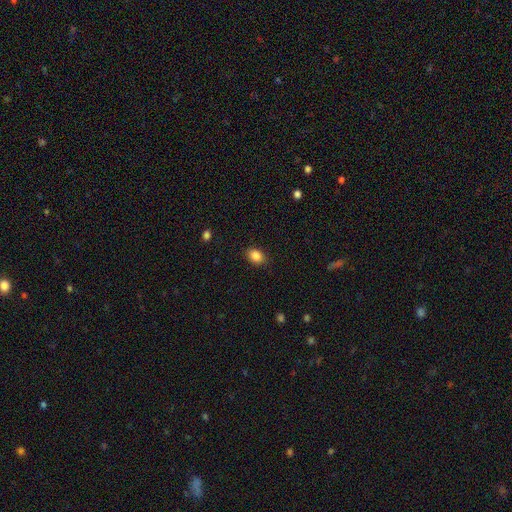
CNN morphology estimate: Q: Smooth or featured?
A: smooth (87%); runner-up: star or artifact (9%)
Q: How rounded?
A: in between (71%); runner-up: round (27%)
Q: Merging?
A: none (86%); runner-up: minor disturbance (10%)